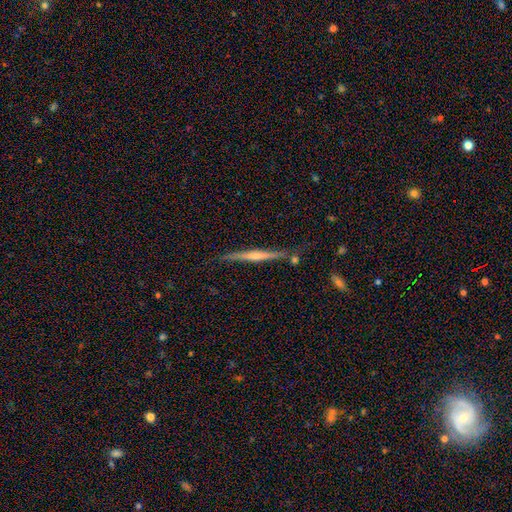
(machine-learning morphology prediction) Overall: featured or disk (68%). Edge-on disk: yes (98%). Edge-on bulge: rounded (58%; none 31%). Merging: none (81%).